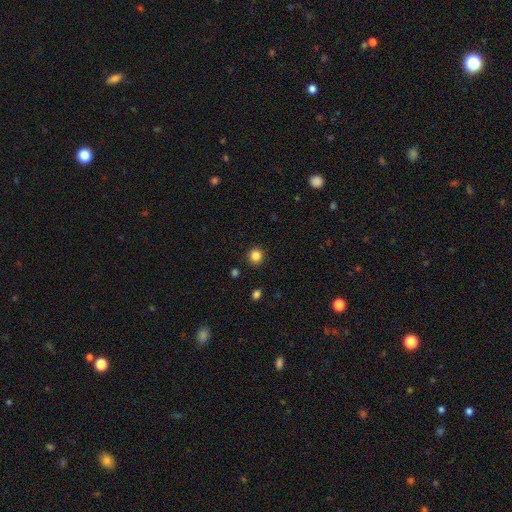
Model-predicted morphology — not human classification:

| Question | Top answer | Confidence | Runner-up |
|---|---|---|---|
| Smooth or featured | smooth | 84% | star or artifact (12%) |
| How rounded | round | 92% | in between (7%) |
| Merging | none | 91% | minor disturbance (6%) |